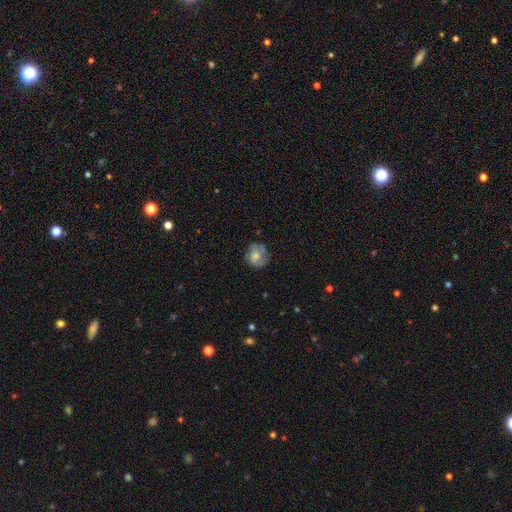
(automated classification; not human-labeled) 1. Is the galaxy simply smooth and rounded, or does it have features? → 60% smooth, 32% featured or disk, 8% star or artifact.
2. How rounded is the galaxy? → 78% round, 21% in between, 1% cigar-shaped.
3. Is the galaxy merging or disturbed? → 69% none, 22% minor disturbance, 8% major disturbance, 1% merger.